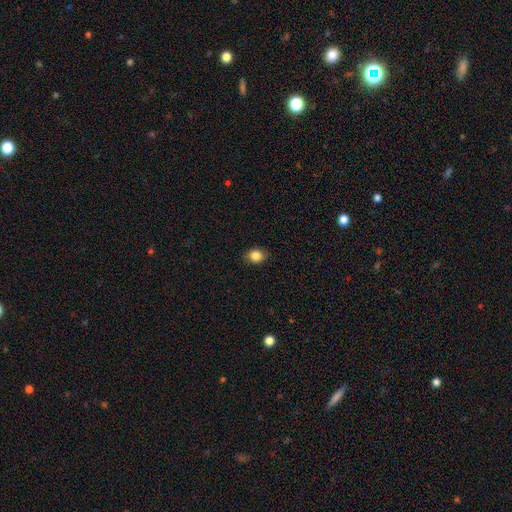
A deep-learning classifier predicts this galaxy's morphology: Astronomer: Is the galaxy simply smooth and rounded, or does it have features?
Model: smooth — 85%.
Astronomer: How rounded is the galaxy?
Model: in between — 58% (runner-up: round, 41%).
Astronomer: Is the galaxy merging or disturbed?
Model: none — 87%.